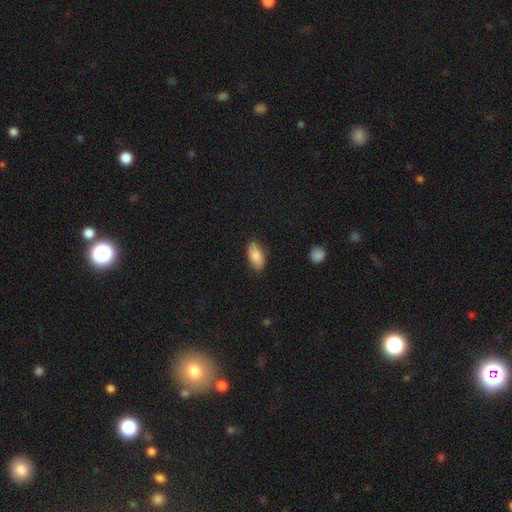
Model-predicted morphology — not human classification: Smooth or featured: smooth — 83% (featured or disk — 11%)
How rounded: in between — 92% (cigar-shaped — 5%)
Merging: none — 85% (minor disturbance — 11%)